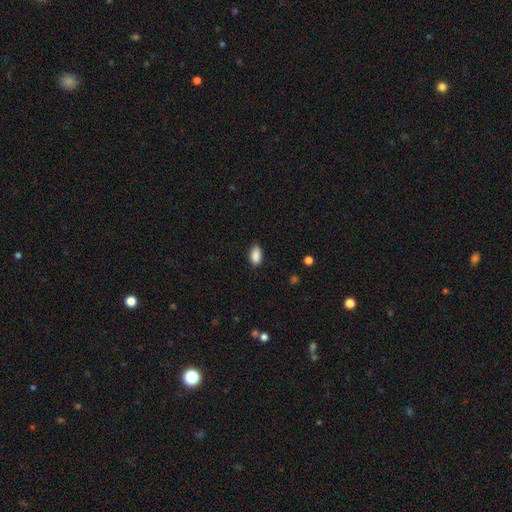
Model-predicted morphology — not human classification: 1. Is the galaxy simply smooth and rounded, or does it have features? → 89% smooth, 8% star or artifact, 3% featured or disk.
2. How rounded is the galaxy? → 92% in between, 4% round, 3% cigar-shaped.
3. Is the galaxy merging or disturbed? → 84% none, 13% minor disturbance, 2% major disturbance, 1% merger.